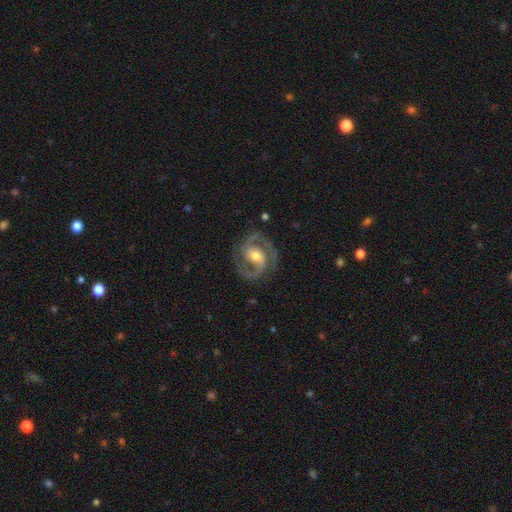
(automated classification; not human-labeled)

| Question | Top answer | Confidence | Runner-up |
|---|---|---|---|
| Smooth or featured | featured or disk | 91% | star or artifact (4%) |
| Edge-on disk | no | 98% | yes (2%) |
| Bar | weak | 41% | no (32%) |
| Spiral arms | yes | 98% | no (2%) |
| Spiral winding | medium | 56% | tight (35%) |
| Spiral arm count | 2 | 92% | 3 (2%) |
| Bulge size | moderate | 63% | small (29%) |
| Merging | none | 83% | minor disturbance (11%) |